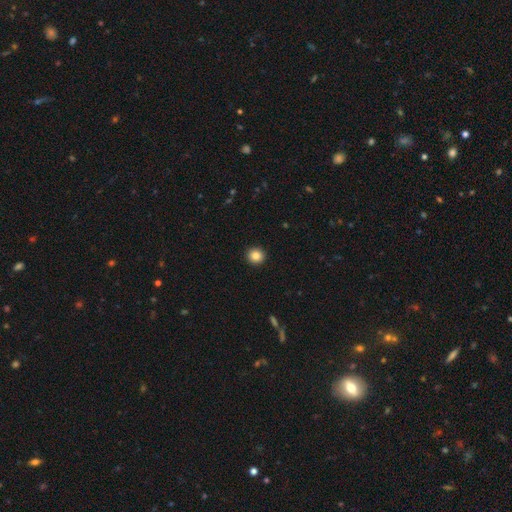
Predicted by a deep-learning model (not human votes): smooth-or-featured: smooth: 85% | star or artifact: 10% | featured or disk: 5%
  how-rounded: round: 92% | in between: 7% | cigar-shaped: 1%
  merging: none: 93% | minor disturbance: 4% | major disturbance: 1% | merger: 1%